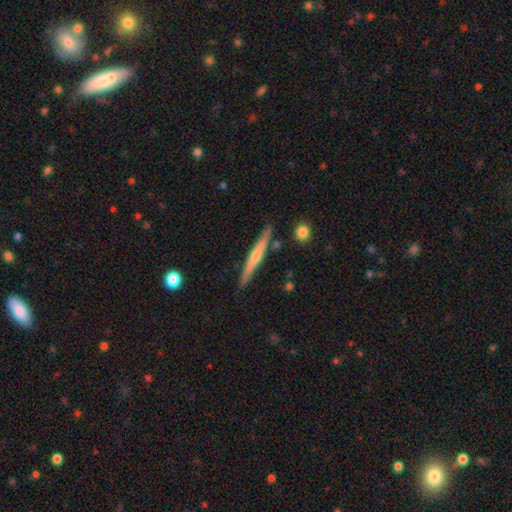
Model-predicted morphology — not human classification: Overall: featured or disk (62%; smooth 32%). Edge-on disk: yes (97%). Edge-on bulge: rounded (69%). Merging: none (87%).